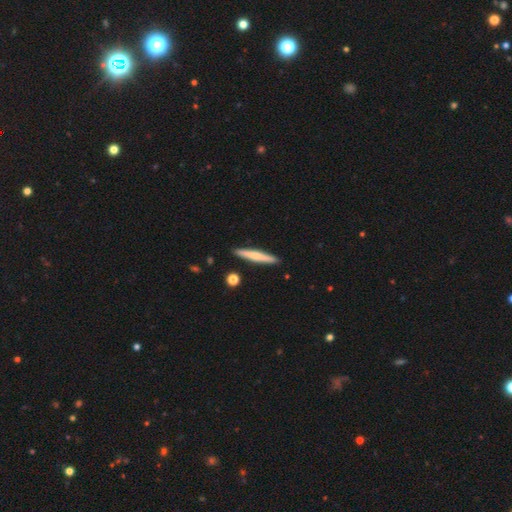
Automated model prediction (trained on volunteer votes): A smooth galaxy with no disk features (58%) that is cigar-shaped (95%). Merging: none (91%).